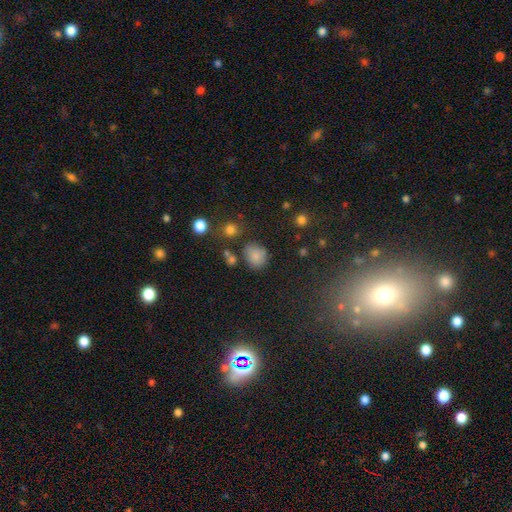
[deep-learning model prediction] Overall: smooth (79%). How rounded: round (66%; in between 33%). Merging: none (68%).